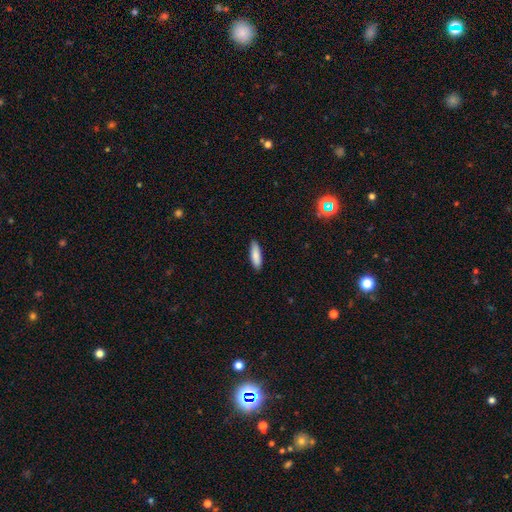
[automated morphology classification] This appears to be a smooth galaxy with no disk features (87%) that is cigar-shaped (50%). Merging: none (88%).